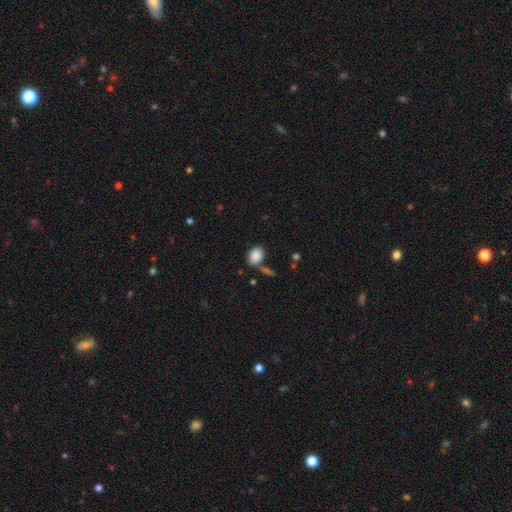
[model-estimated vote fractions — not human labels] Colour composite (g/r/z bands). It shows a smooth galaxy with no disk features (88%) that is in between round and cigar-shaped (74%). Merging: none (67%).